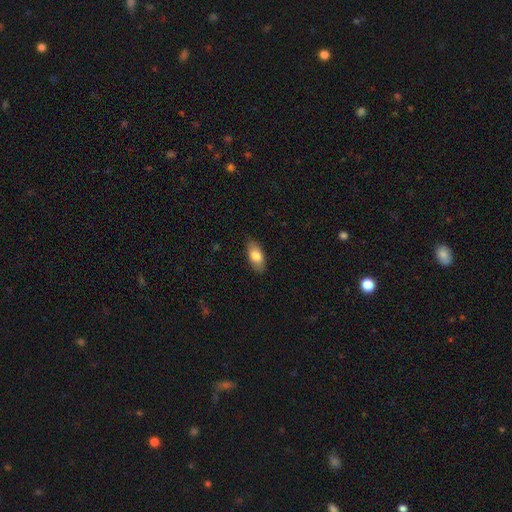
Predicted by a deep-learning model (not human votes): smooth 80%, featured or disk 14%, star or artifact 6%. Down the decision tree: how rounded — in between (91%); merging — none (85%).